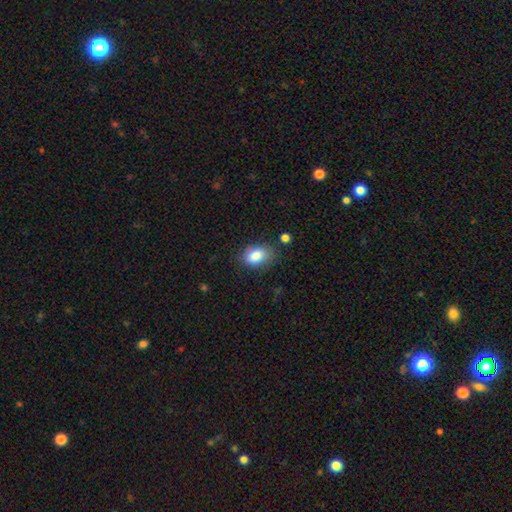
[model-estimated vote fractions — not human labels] Q: Smooth or featured?
A: smooth (85%); runner-up: star or artifact (8%)
Q: How rounded?
A: in between (87%); runner-up: round (12%)
Q: Merging?
A: none (74%); runner-up: minor disturbance (18%)